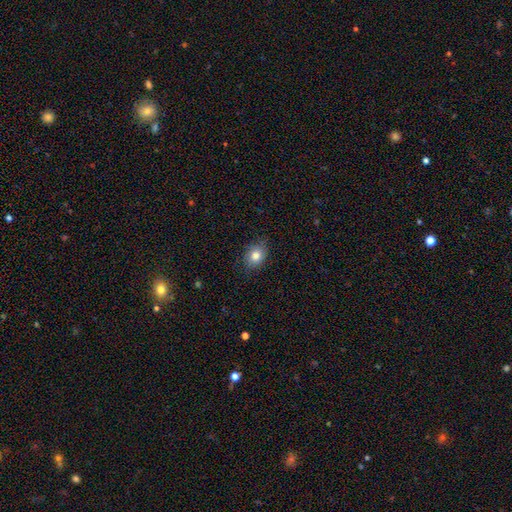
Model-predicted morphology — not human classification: Q: Smooth or featured?
A: smooth (81%); runner-up: star or artifact (10%)
Q: How rounded?
A: in between (56%); runner-up: round (43%)
Q: Merging?
A: none (81%); runner-up: minor disturbance (15%)